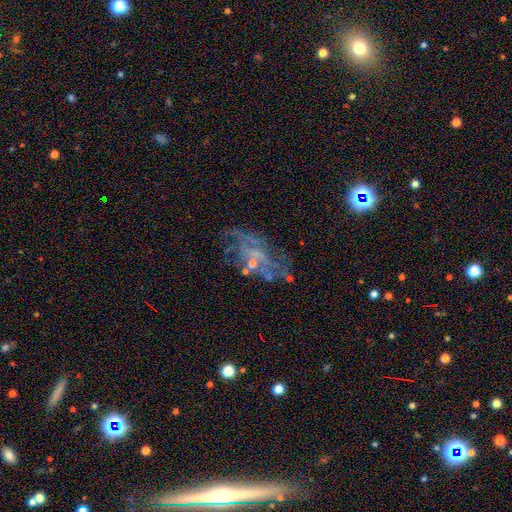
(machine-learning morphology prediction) smooth_or_featured: featured or disk (p=0.62) [alt: star or artifact p=0.22]
disk_edge_on: no (p=0.92) [alt: yes p=0.08]
bar: no (p=0.56) [alt: weak p=0.33]
has_spiral_arms: yes (p=0.63) [alt: no p=0.37]
bulge_size: small (p=0.55) [alt: none p=0.23]
merging: none (p=0.58) [alt: minor disturbance p=0.19]